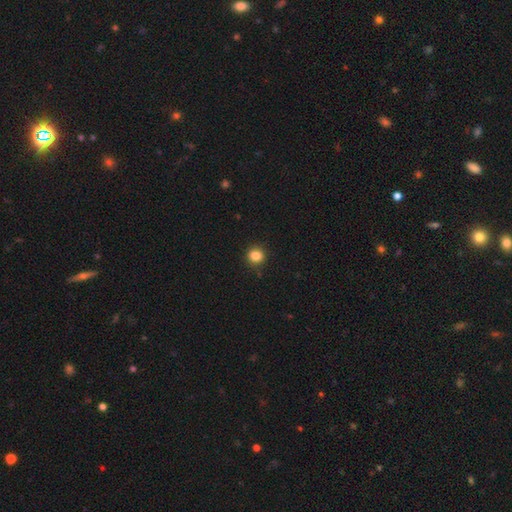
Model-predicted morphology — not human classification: Smooth or featured: smooth — 85% (star or artifact — 11%)
How rounded: round — 88% (in between — 11%)
Merging: none — 90% (minor disturbance — 7%)